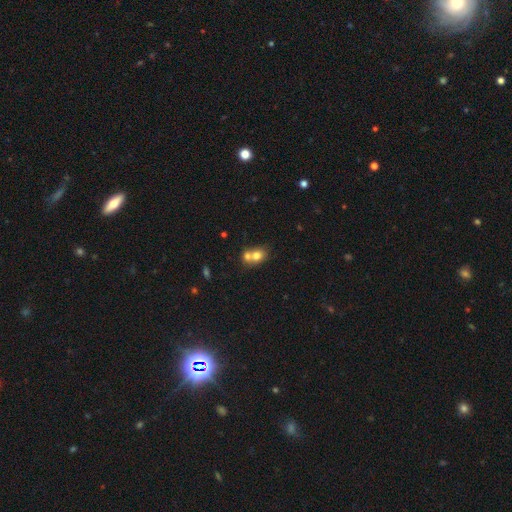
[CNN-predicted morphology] smooth-or-featured: smooth: 73% | featured or disk: 17% | star or artifact: 10%
  how-rounded: round: 57% | in between: 41% | cigar-shaped: 1%
  merging: merger: 63% | none: 27% | minor disturbance: 7% | major disturbance: 3%